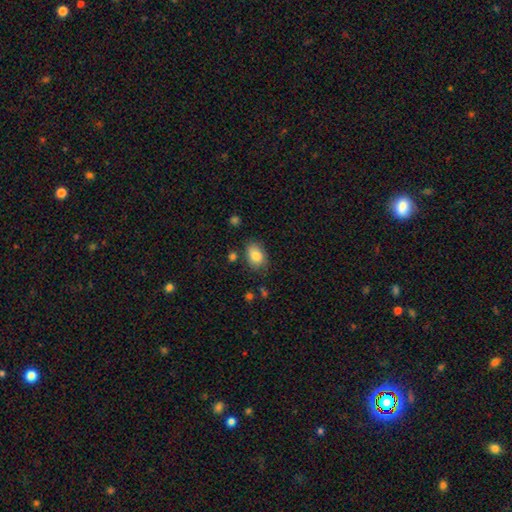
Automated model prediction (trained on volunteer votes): Q: Smooth or featured?
A: smooth (85%); runner-up: star or artifact (8%)
Q: How rounded?
A: in between (77%); runner-up: round (21%)
Q: Merging?
A: none (74%); runner-up: minor disturbance (18%)